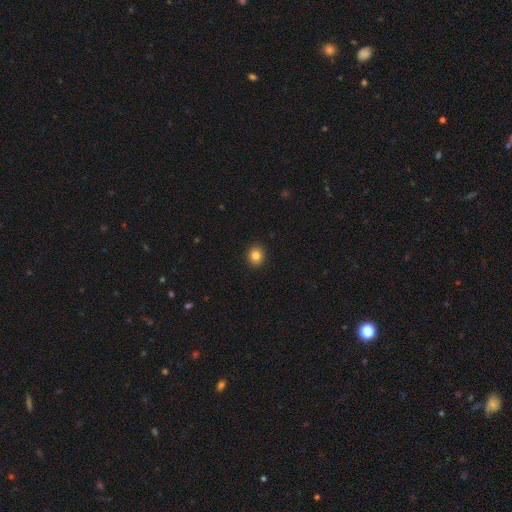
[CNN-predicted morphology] A smooth galaxy with no disk features (83%) that is round (75%).

Vote fractions:
- Smooth or featured? smooth: 83% / star or artifact: 11% / featured or disk: 7%
- How rounded? round: 75% / in between: 25% / cigar-shaped: 1%
- Merging? none: 92% / minor disturbance: 6% / major disturbance: 2% / merger: 1%